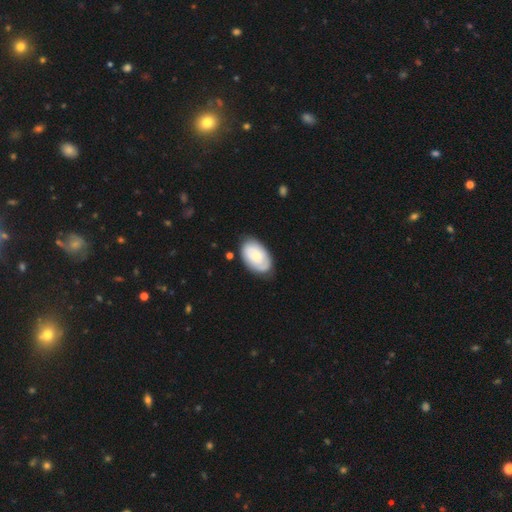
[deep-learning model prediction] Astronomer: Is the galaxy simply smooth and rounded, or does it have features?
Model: smooth — 59% (runner-up: featured or disk, 36%).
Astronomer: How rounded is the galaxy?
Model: in between — 92%.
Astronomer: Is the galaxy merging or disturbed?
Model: none — 75%.